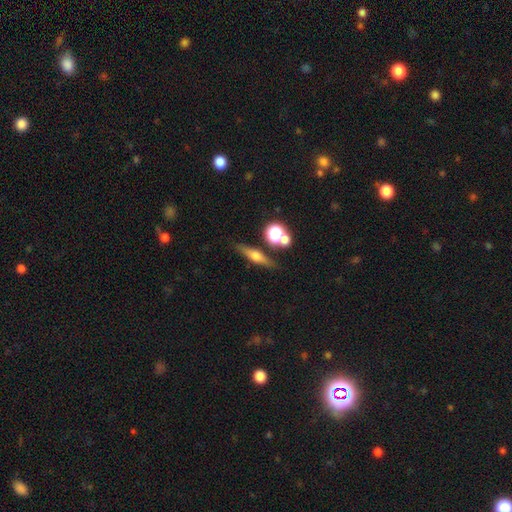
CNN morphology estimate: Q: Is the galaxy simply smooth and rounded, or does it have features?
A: featured or disk — 57%.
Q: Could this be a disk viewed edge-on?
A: yes — 92%.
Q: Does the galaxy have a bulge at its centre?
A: rounded — 91%.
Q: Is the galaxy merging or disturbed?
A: none — 78%.